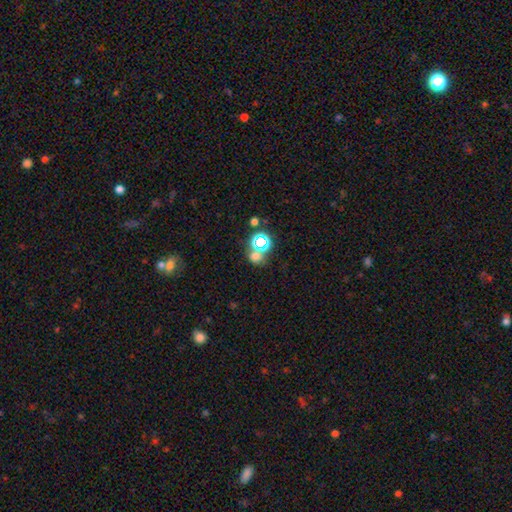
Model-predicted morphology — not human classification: This appears to be a smooth galaxy with no disk features (49%). Merging: none (56%).